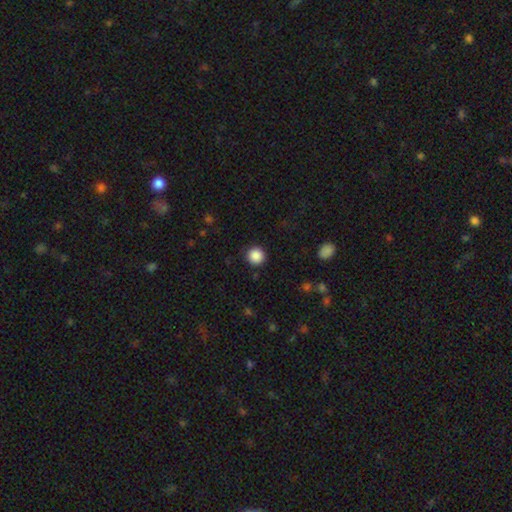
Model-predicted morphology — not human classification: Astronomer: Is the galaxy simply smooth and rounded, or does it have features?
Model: smooth — 88%.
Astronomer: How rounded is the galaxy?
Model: round — 95%.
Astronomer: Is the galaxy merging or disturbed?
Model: none — 91%.